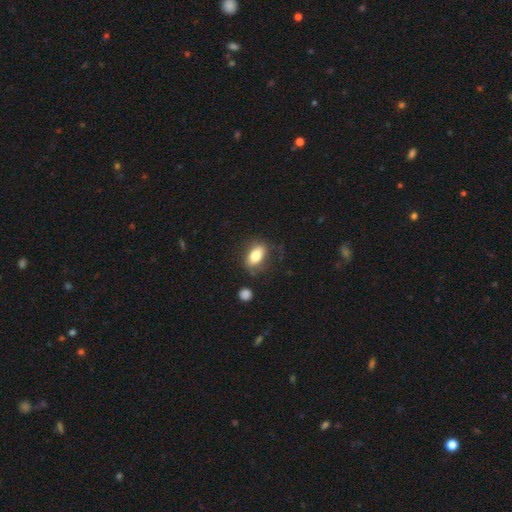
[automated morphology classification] Smooth or featured? Predicted: smooth (p=0.76). How rounded? Predicted: in between (p=0.86). Merging? Predicted: none (p=0.69).